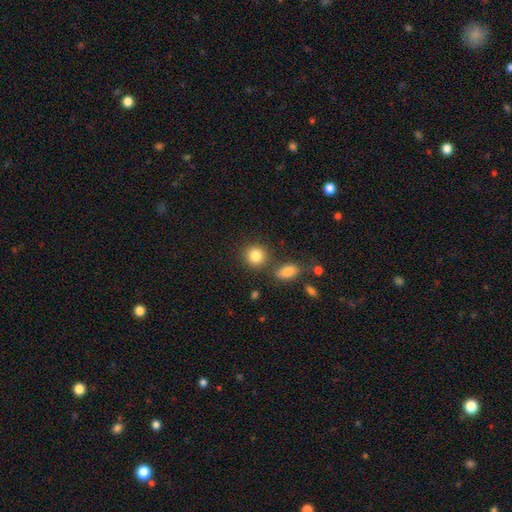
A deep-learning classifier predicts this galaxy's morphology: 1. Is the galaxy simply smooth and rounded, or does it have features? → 84% smooth, 10% star or artifact, 6% featured or disk.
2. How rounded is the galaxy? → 85% round, 14% in between, 1% cigar-shaped.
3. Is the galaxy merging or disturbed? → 77% none, 10% merger, 9% minor disturbance, 3% major disturbance.